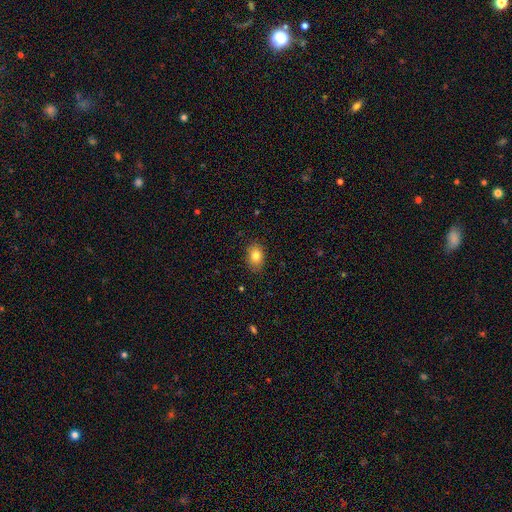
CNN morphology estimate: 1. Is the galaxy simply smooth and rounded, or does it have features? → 82% smooth, 9% featured or disk, 9% star or artifact.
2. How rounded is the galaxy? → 78% in between, 21% round, 1% cigar-shaped.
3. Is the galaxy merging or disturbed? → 85% none, 12% minor disturbance, 2% major disturbance, 1% merger.